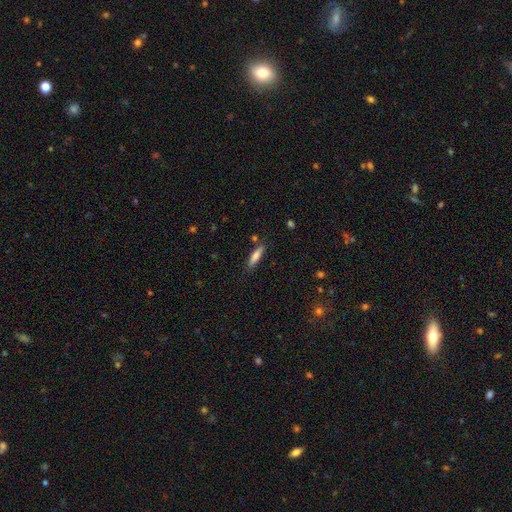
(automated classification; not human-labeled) A smooth galaxy with no disk features (78%) that is cigar-shaped (71%).

Vote fractions:
- Smooth or featured? smooth: 78% / featured or disk: 15% / star or artifact: 7%
- How rounded? cigar-shaped: 71% / in between: 27% / round: 2%
- Merging? none: 82% / minor disturbance: 12% / merger: 3% / major disturbance: 3%